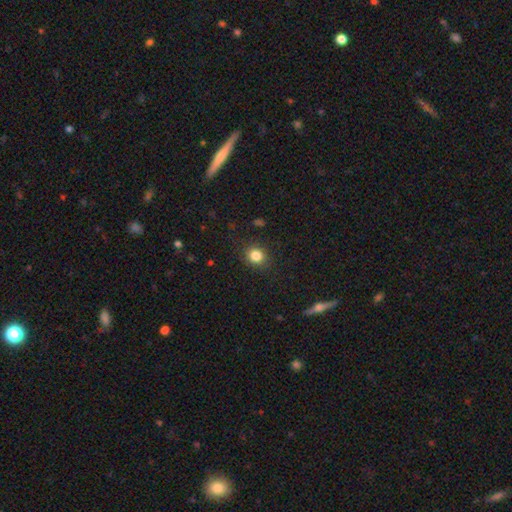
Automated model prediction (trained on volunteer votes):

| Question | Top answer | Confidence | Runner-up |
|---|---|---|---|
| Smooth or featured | smooth | 84% | star or artifact (11%) |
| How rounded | round | 79% | in between (20%) |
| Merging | none | 87% | minor disturbance (9%) |